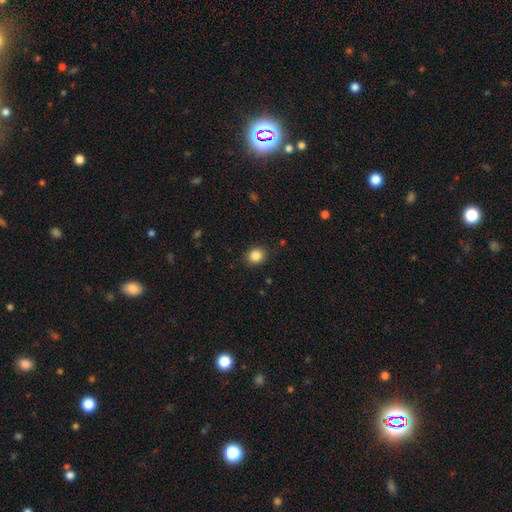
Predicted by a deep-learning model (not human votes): Smooth or featured? smooth (86%)
How rounded? round (70%)
Merging? none (88%)